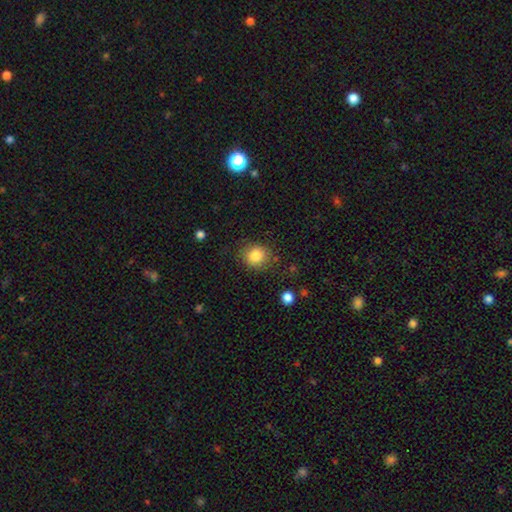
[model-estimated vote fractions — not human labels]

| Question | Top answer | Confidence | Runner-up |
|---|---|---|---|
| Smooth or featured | smooth | 85% | star or artifact (10%) |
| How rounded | round | 79% | in between (20%) |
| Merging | none | 81% | minor disturbance (12%) |